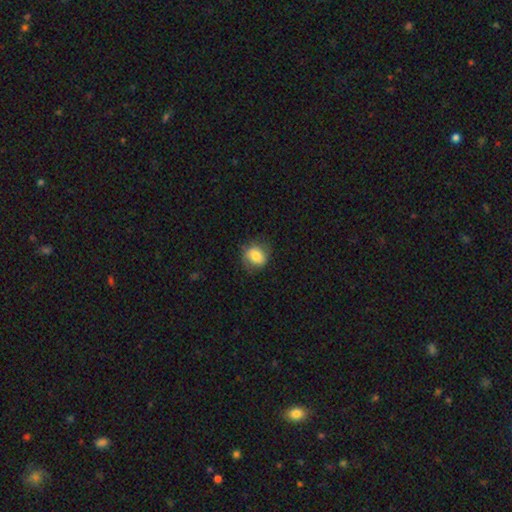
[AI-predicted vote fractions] Smooth or featured?
  - smooth: 77% *
  - featured or disk: 15%
  - star or artifact: 8%
How rounded?
  - round: 63% *
  - in between: 36%
  - cigar-shaped: 1%
Merging?
  - none: 72% *
  - minor disturbance: 20%
  - major disturbance: 7%
  - merger: 1%